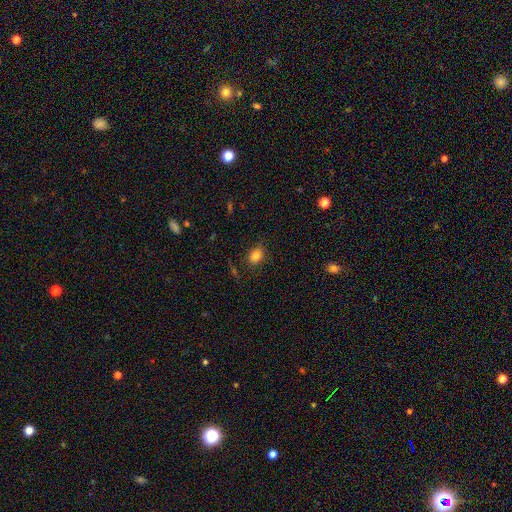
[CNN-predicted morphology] This is clearly a smooth galaxy (84%). How rounded: likely in between (74%). Merging: clearly none (82%).